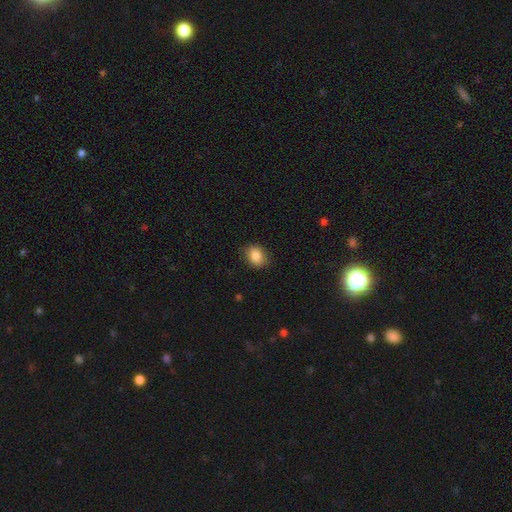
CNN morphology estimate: Smooth or featured?
  - smooth: 86% *
  - star or artifact: 8%
  - featured or disk: 6%
How rounded?
  - in between: 61% *
  - round: 38%
  - cigar-shaped: 1%
Merging?
  - none: 83% *
  - minor disturbance: 13%
  - major disturbance: 3%
  - merger: 1%